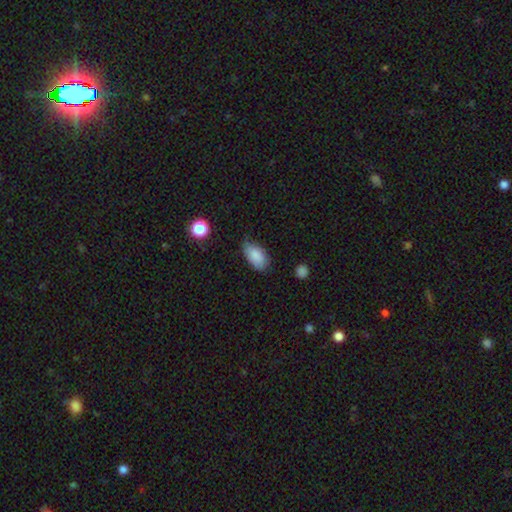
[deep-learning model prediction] This appears to be a smooth galaxy with no disk features (86%) that is in between round and cigar-shaped (93%). Merging: none (60%).